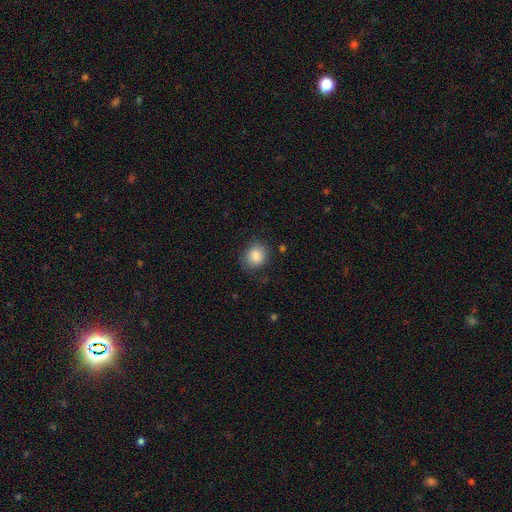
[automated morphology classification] smooth_or_featured: smooth (p=0.85) [alt: star or artifact p=0.08]
how_rounded: round (p=0.75) [alt: in between p=0.24]
merging: none (p=0.77) [alt: minor disturbance p=0.17]